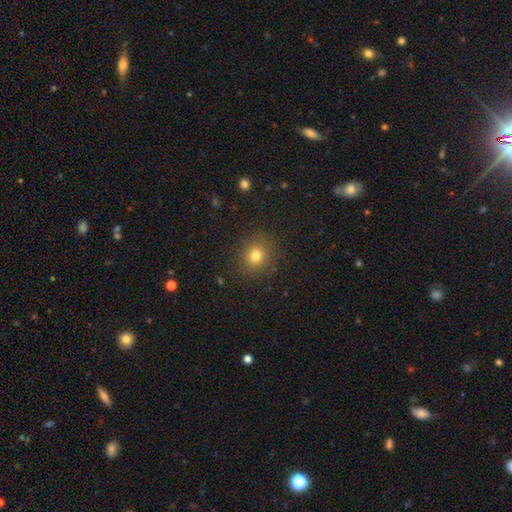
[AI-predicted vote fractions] Overall: smooth (78%). How rounded: round (82%). Merging: none (88%).